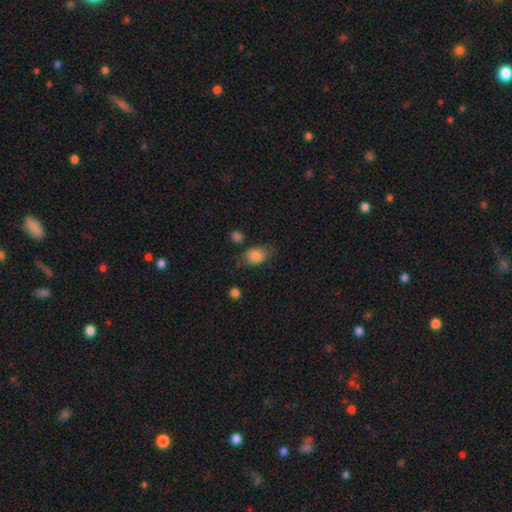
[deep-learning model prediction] Smooth or featured?
  - smooth: 83% *
  - star or artifact: 9%
  - featured or disk: 8%
How rounded?
  - in between: 76% *
  - round: 22%
  - cigar-shaped: 2%
Merging?
  - none: 61% *
  - minor disturbance: 26%
  - major disturbance: 9%
  - merger: 5%